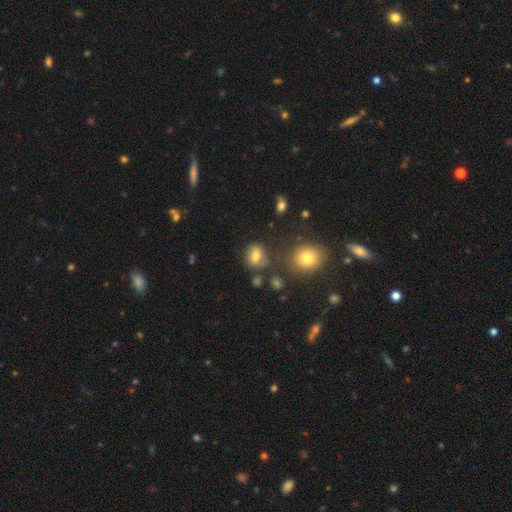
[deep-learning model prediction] The model was most divided on "how rounded": in between: 51%, round: 48%, cigar-shaped: 2%. More confident: smooth or featured — smooth (73%); merging — none (66%).